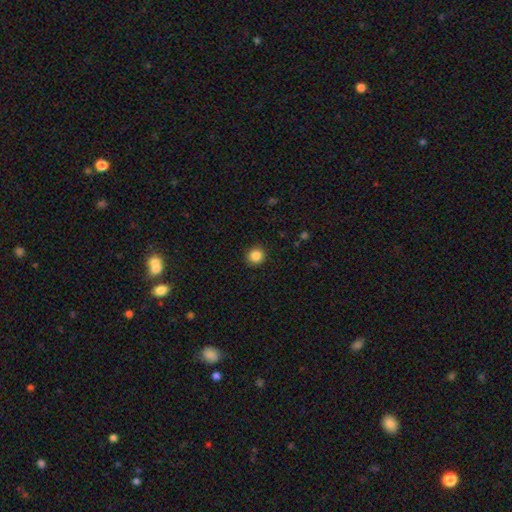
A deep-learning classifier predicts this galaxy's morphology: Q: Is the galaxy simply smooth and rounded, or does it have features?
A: smooth — 86%.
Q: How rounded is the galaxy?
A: round — 93%.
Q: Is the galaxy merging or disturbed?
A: none — 91%.